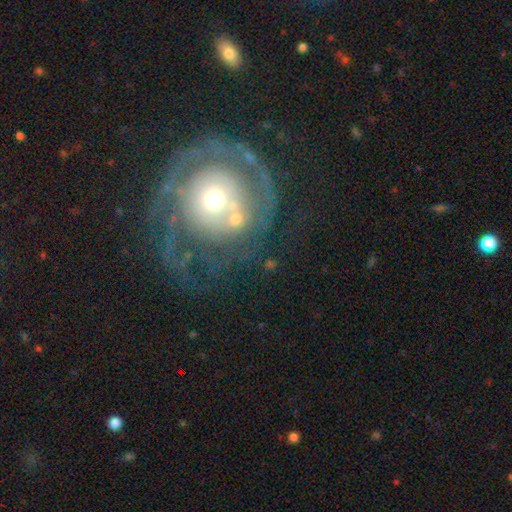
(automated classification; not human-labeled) smooth-or-featured: featured or disk: 77% | smooth: 13% | star or artifact: 10%
  disk-edge-on: no: 97% | yes: 3%
    bar: no: 82% | weak: 13% | strong: 5%
    has-spiral-arms: yes: 80% | no: 20%
      spiral-winding: tight: 66% | medium: 24% | loose: 10%
      spiral-arm-count: can't tell: 38% | 2: 26% | 3: 13% | 1: 10% | 4: 7% | more than 4: 6%
    bulge-size: moderate: 49% | small: 40% | large: 8% | dominant: 2% | none: 1%
  merging: none: 58% | major disturbance: 20% | minor disturbance: 16% | merger: 6%